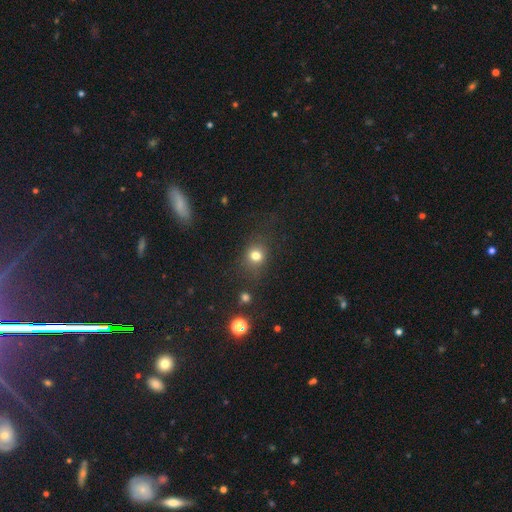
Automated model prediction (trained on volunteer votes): Smooth or featured: smooth — 75% (star or artifact — 17%)
How rounded: round — 69% (in between — 30%)
Merging: none — 73% (minor disturbance — 15%)